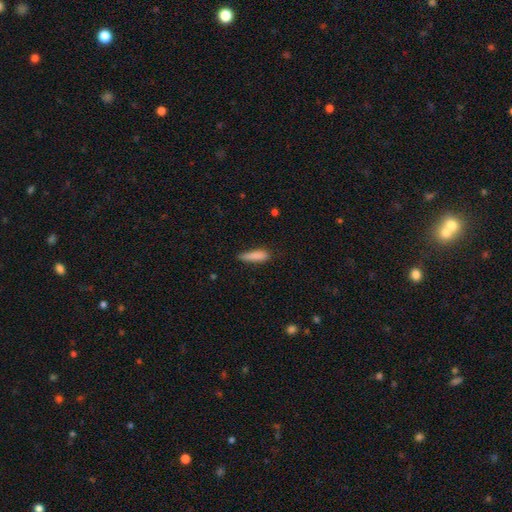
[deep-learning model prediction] This appears to be a smooth galaxy with no disk features (85%) that is cigar-shaped (69%). Merging: none (65%).